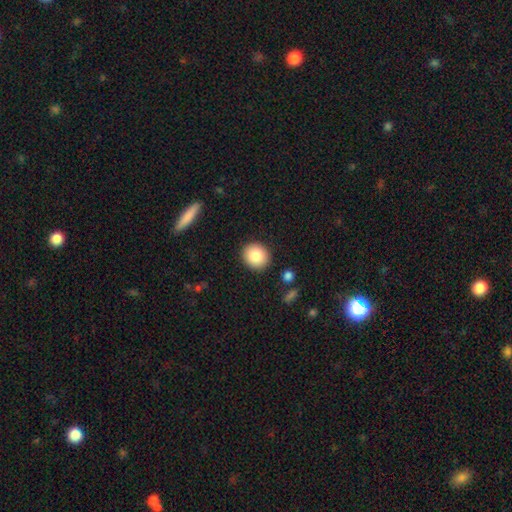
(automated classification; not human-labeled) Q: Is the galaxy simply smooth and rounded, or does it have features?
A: smooth — 84%.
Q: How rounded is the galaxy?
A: round — 80%.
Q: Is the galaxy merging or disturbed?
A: none — 90%.